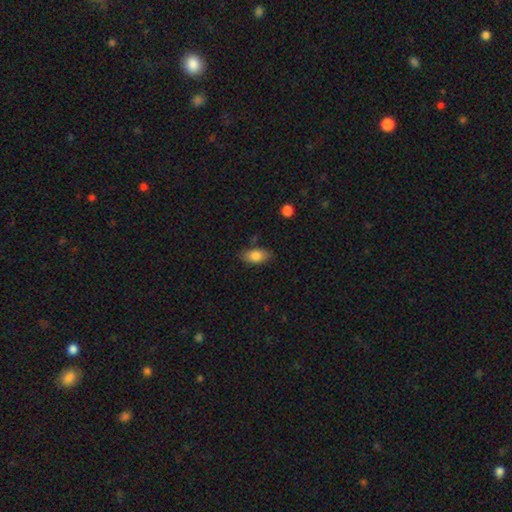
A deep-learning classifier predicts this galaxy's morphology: A smooth galaxy with no disk features (83%) that is in between round and cigar-shaped (90%).

Vote fractions:
- Smooth or featured? smooth: 83% / featured or disk: 9% / star or artifact: 8%
- How rounded? in between: 90% / round: 5% / cigar-shaped: 5%
- Merging? none: 80% / minor disturbance: 14% / major disturbance: 3% / merger: 2%